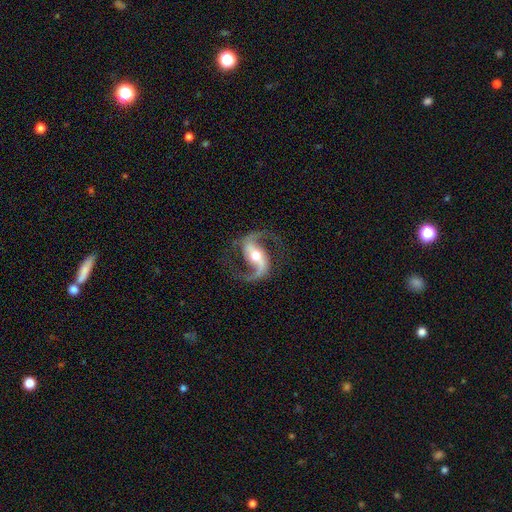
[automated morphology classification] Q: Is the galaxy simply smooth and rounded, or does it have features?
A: featured or disk — 92%.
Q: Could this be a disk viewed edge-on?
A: no — 97%.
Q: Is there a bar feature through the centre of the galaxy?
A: strong — 48%.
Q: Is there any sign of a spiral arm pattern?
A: yes — 98%.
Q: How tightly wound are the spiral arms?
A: loose — 51%.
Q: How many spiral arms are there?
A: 2 — 93%.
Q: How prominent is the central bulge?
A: moderate — 64%.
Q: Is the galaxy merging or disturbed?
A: none — 80%.